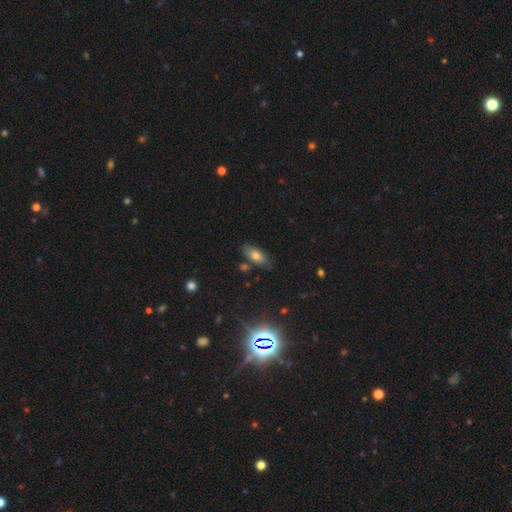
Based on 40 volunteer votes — This appears to be a smooth galaxy with no disk features (70%) that is in between round and cigar-shaped (96%). Merging: none (86%).